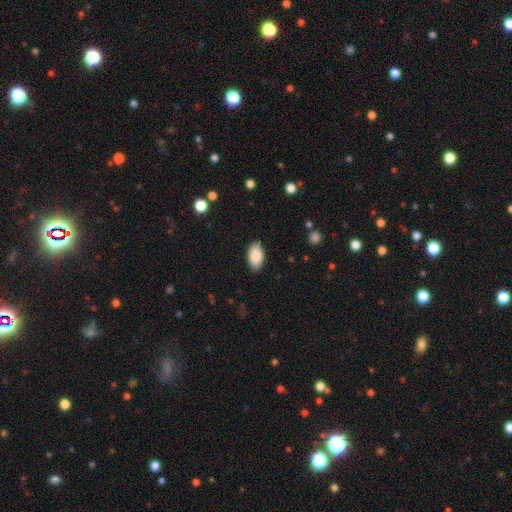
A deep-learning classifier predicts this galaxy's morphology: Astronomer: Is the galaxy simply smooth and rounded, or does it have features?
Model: smooth — 88%.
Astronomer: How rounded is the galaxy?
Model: in between — 95%.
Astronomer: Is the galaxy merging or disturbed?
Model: none — 87%.